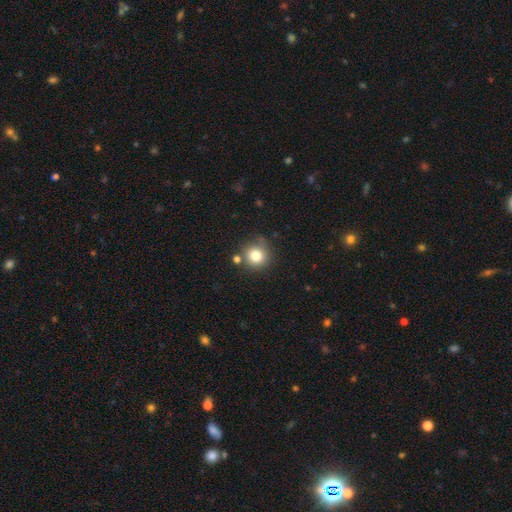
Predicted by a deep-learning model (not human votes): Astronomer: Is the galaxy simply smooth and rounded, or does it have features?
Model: smooth — 80%.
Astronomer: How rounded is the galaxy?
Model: round — 93%.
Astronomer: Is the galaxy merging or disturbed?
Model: none — 75%.